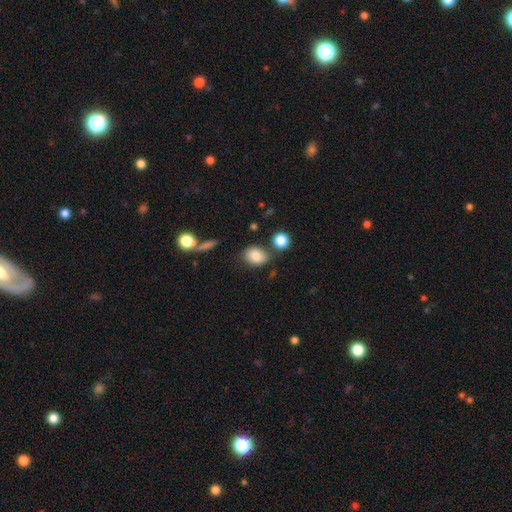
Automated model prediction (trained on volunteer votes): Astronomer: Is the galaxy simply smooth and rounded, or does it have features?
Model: smooth — 83%.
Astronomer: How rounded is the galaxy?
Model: in between — 68%.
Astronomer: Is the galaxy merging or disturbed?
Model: none — 73%.